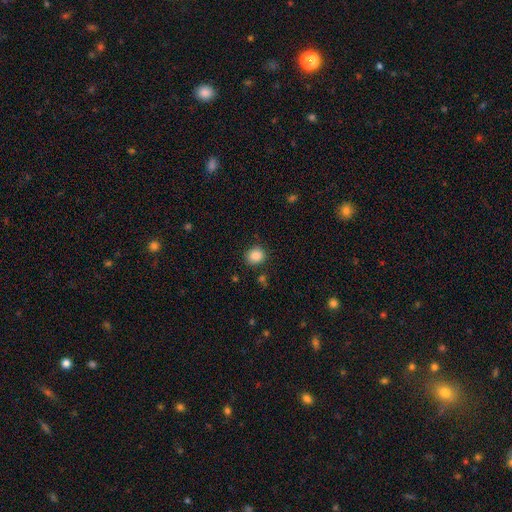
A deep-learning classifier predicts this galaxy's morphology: Smooth or featured? smooth (87%)
How rounded? round (79%)
Merging? none (85%)